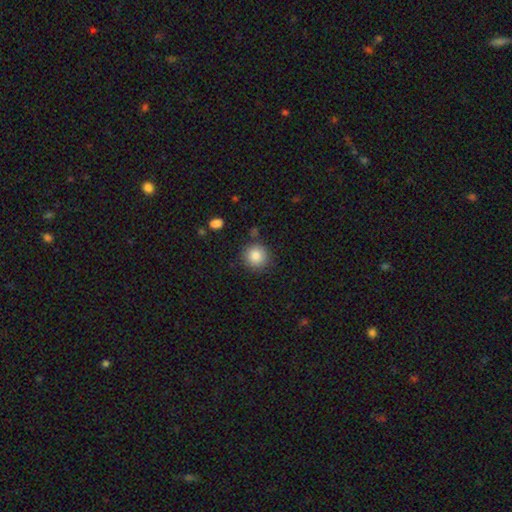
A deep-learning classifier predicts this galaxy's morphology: Smooth or featured: smooth — 84% (star or artifact — 10%)
How rounded: round — 92% (in between — 7%)
Merging: none — 86% (minor disturbance — 9%)